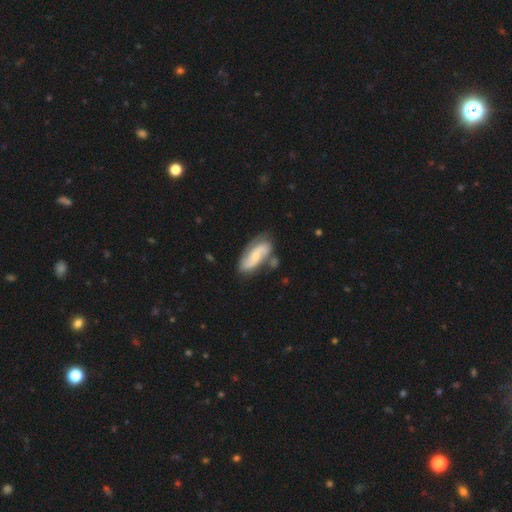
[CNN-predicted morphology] type=featured or disk (68%); edge-on=no (93%); bar=no (52%); spiral arms=yes (92%); winding=loose (44%); arm count=2 (87%); bulge=small (56%); merging=none (62%).